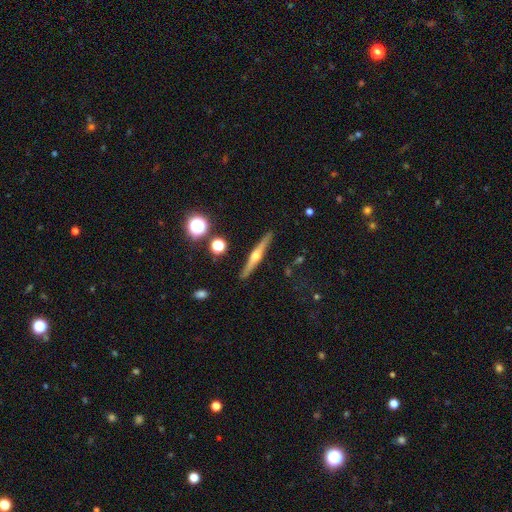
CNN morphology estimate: Smooth or featured? featured or disk (73%)
Edge-on disk? yes (98%)
Edge-on bulge? rounded (92%)
Merging? none (90%)